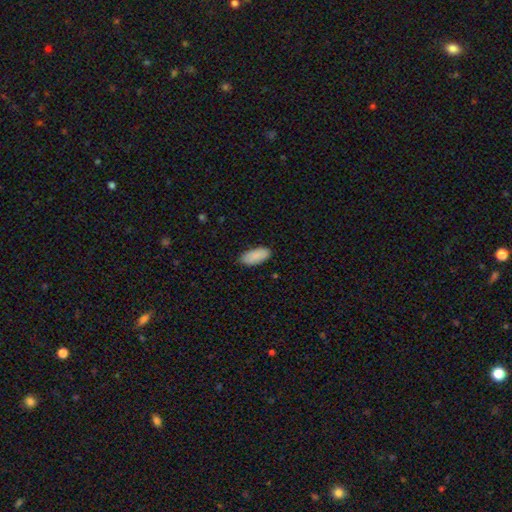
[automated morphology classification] smooth 88%, star or artifact 6%, featured or disk 6%. Down the decision tree: how rounded — in between (91%); merging — none (85%).